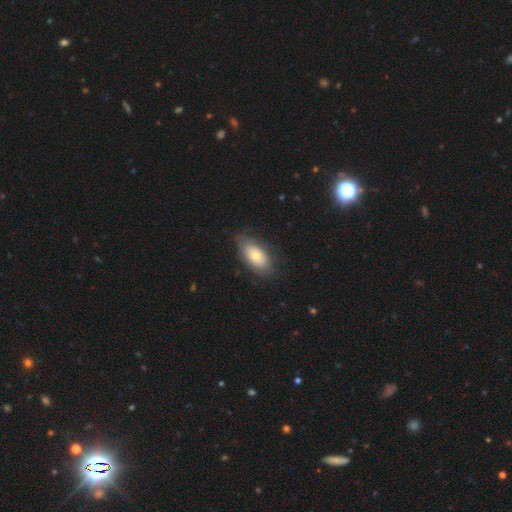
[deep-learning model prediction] Smooth or featured? smooth (64%)
How rounded? in between (92%)
Merging? none (70%)